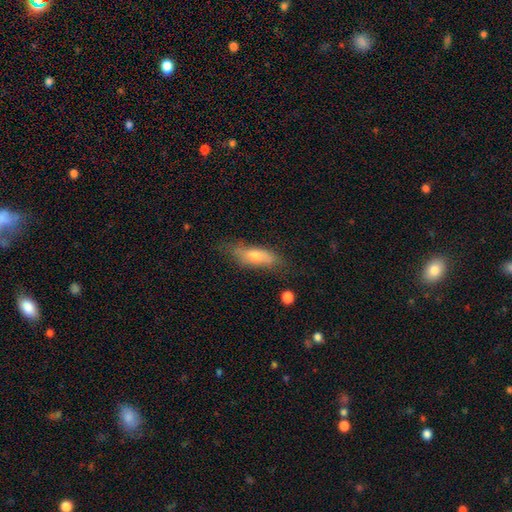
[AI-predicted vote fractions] This appears to be a smooth galaxy with no disk features (61%) that is in between round and cigar-shaped (49%, tied with cigar-shaped). Merging: none (65%).